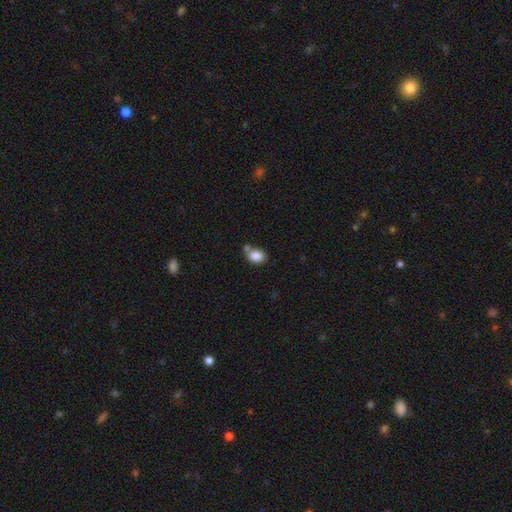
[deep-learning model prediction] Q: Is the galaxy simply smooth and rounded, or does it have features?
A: smooth — 85%.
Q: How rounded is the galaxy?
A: in between — 69%.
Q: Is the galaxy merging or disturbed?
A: none — 51%.